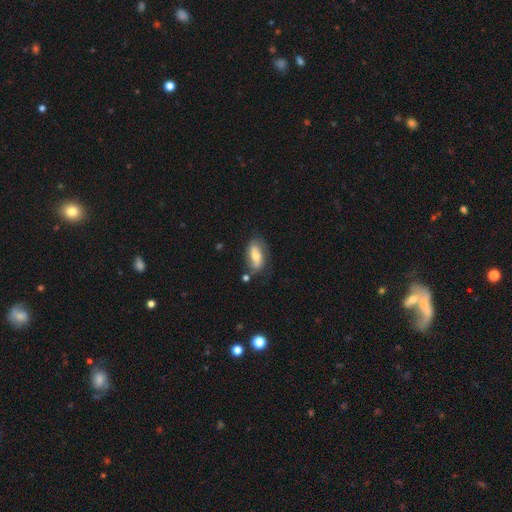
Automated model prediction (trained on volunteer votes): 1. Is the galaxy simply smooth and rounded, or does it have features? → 50% smooth, 43% featured or disk, 7% star or artifact.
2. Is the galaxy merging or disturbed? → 66% none, 21% minor disturbance, 7% major disturbance, 6% merger.